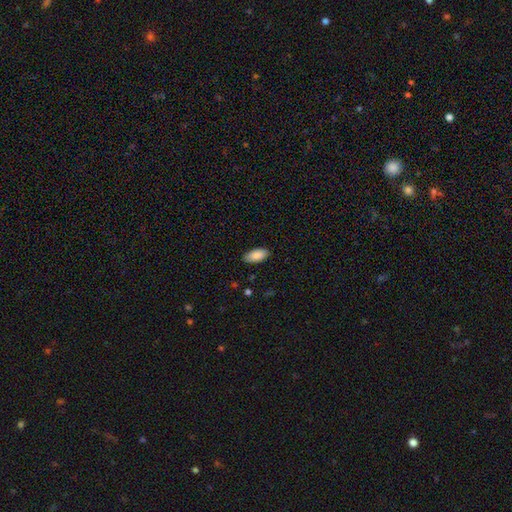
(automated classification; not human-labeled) The model was most divided on "merging": none: 88%, minor disturbance: 9%, major disturbance: 2%, merger: 1%. More confident: how rounded — in between (92%); smooth or featured — smooth (89%).